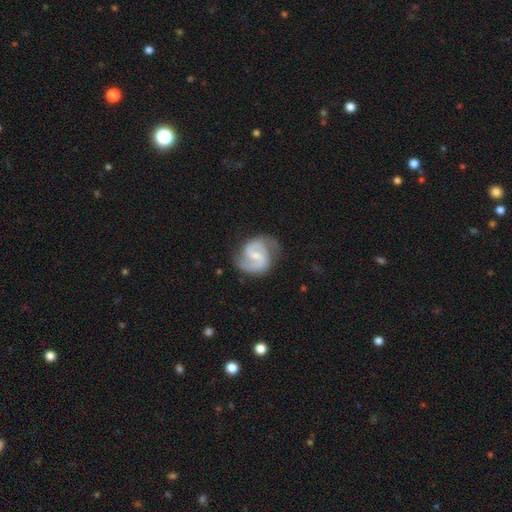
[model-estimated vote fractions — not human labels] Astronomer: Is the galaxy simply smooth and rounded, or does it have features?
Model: featured or disk — 89%.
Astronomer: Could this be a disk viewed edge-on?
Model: no — 98%.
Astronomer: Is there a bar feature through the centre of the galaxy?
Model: weak — 56%.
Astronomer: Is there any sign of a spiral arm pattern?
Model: yes — 98%.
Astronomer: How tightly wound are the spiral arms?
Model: medium — 59%.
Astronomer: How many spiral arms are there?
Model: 2 — 92%.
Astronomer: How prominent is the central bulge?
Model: small — 54% (runner-up: moderate, 36%).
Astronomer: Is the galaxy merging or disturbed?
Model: none — 76%.